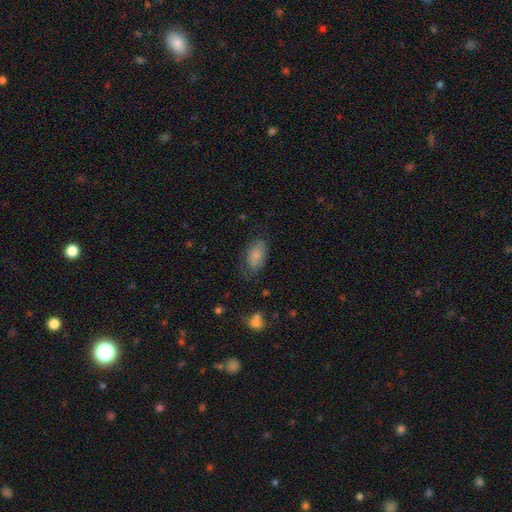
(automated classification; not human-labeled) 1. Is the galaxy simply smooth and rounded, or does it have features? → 82% smooth, 10% featured or disk, 8% star or artifact.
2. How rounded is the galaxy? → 92% in between, 6% round, 2% cigar-shaped.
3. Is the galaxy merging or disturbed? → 69% none, 22% minor disturbance, 7% major disturbance, 2% merger.